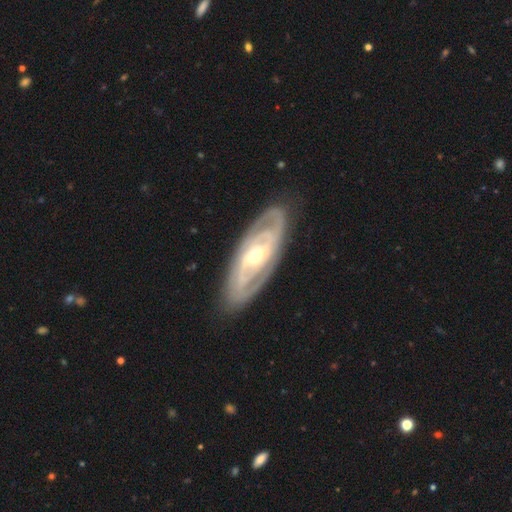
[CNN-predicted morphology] Overall: featured or disk (85%). Edge-on disk: no (88%). Bar: no (44%; weak 32%). Spiral arms: yes (84%). Spiral arm count: 2 (58%; can't tell 25%). Spiral winding: tight (64%; medium 28%). Bulge size: moderate (61%; small 33%). Merging: none (84%).